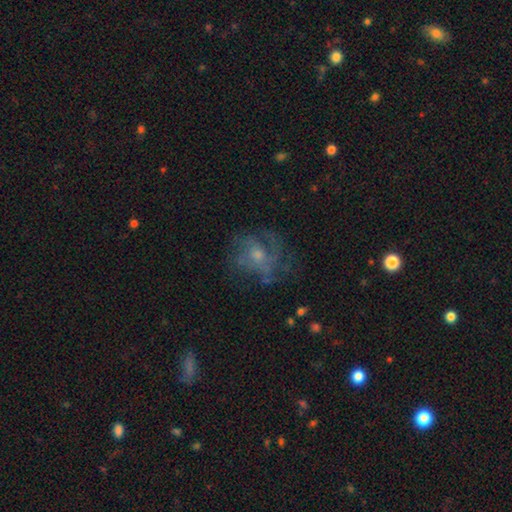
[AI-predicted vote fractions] Overall: featured or disk (63%; smooth 24%). Edge-on disk: no (97%). Bar: no (77%). Spiral arms: yes (68%; no 32%). Bulge size: small (46%; moderate 44%). Merging: none (56%; major disturbance 21%).